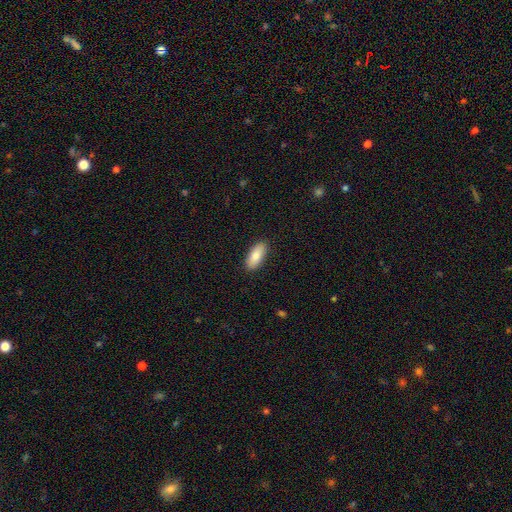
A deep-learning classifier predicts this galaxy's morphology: Overall: smooth (84%). How rounded: in between (84%). Merging: none (89%).